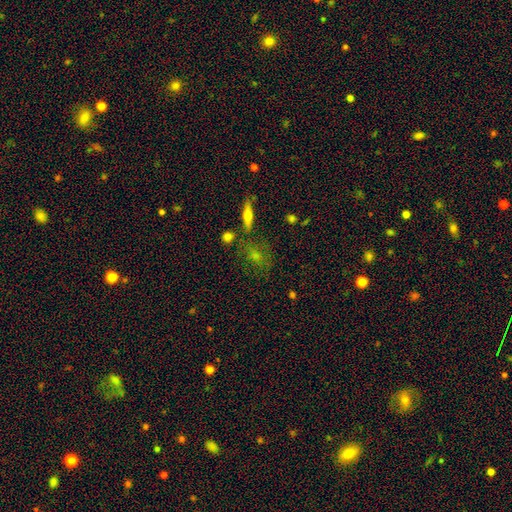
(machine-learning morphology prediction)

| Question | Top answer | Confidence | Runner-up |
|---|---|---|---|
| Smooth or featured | smooth | 45% | star or artifact (28%) |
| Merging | none | 67% | minor disturbance (16%) |